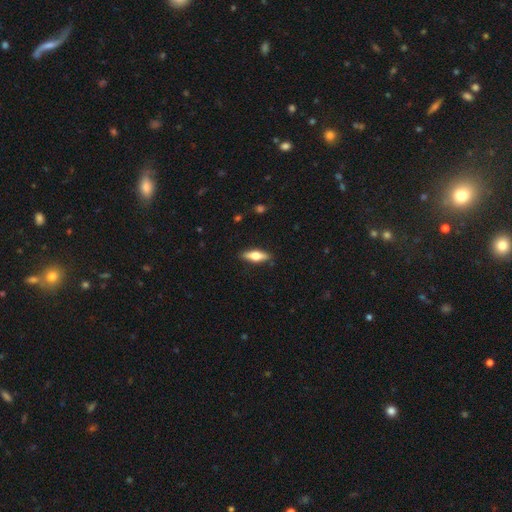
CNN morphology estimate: Smooth or featured: smooth — 59% (featured or disk — 35%)
How rounded: in between — 52% (cigar-shaped — 45%)
Merging: none — 88% (minor disturbance — 9%)